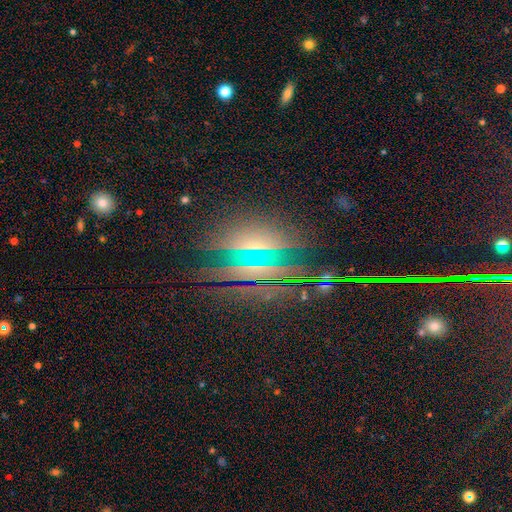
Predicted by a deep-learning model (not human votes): Q: Smooth or featured?
A: star or artifact (53%); runner-up: smooth (24%)